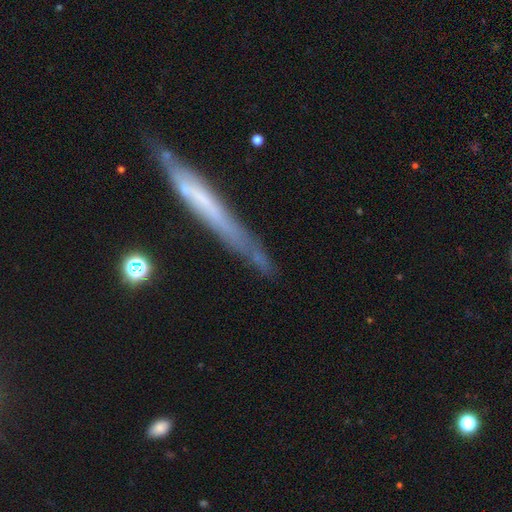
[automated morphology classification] Smooth or featured?
  - featured or disk: 56% *
  - smooth: 35%
  - star or artifact: 9%
Edge-on disk?
  - yes: 86% *
  - no: 14%
Merging?
  - none: 71% *
  - minor disturbance: 19%
  - major disturbance: 6%
  - merger: 4%